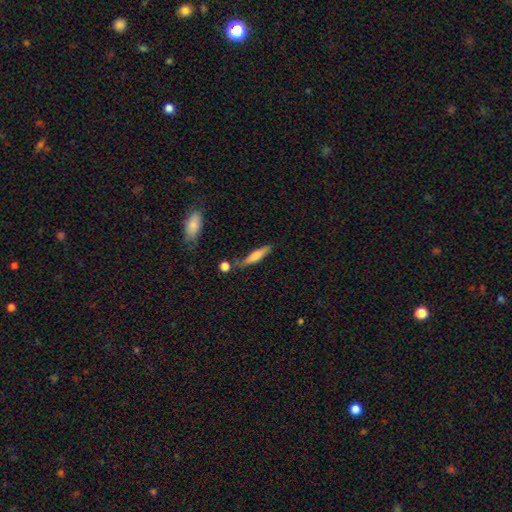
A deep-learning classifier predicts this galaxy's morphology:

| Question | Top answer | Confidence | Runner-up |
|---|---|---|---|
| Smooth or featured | smooth | 67% | featured or disk (27%) |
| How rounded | cigar-shaped | 74% | in between (24%) |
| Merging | none | 56% | minor disturbance (23%) |